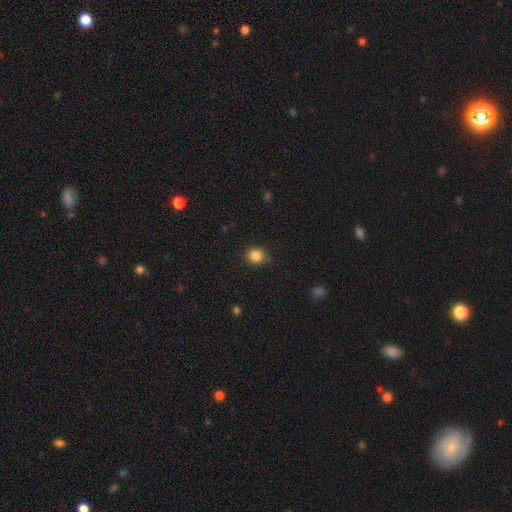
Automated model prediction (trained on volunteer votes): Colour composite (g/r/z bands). It shows a smooth galaxy with no disk features (85%) that is round (91%). Merging: none (86%).